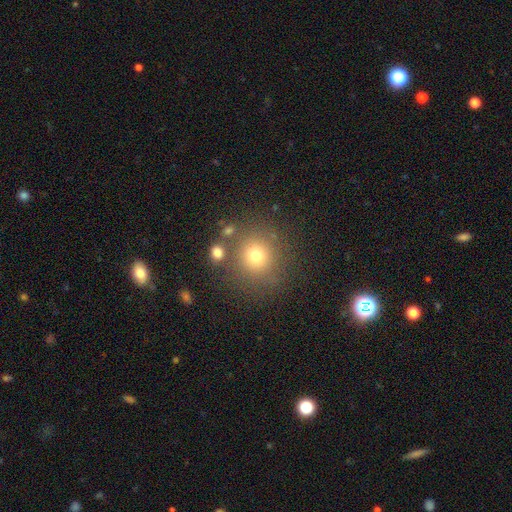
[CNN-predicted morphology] The model was most divided on "smooth or featured": smooth: 74%, star or artifact: 16%, featured or disk: 10%. More confident: how rounded — round (90%); merging — none (78%).